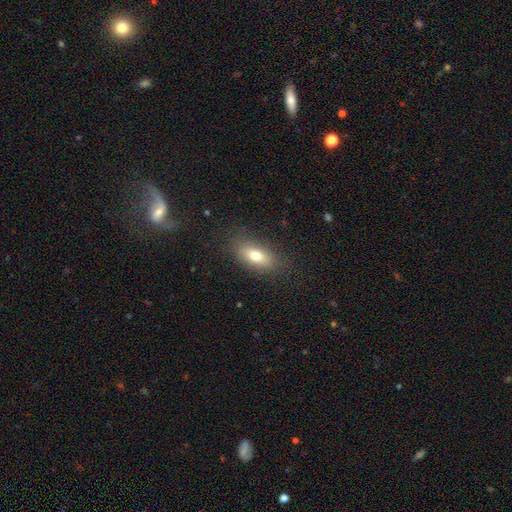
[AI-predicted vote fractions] A smooth galaxy with no disk features (74%) that is in between round and cigar-shaped (83%). Merging: none (84%).